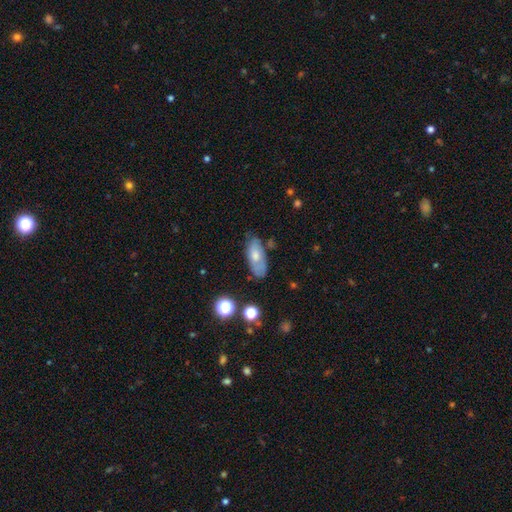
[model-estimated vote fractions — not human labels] This is likely a smooth galaxy (62%). How rounded: clearly in between (83%). Merging: likely none (65%).